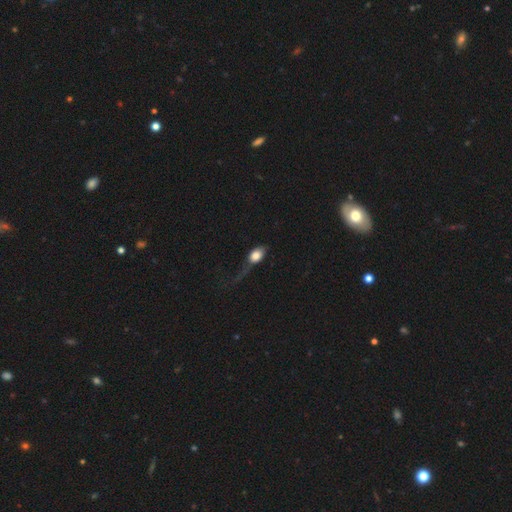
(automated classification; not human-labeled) A smooth galaxy with no disk features (74%) that is in between round and cigar-shaped (72%).

Vote fractions:
- Smooth or featured? smooth: 74% / featured or disk: 18% / star or artifact: 8%
- How rounded? in between: 72% / round: 23% / cigar-shaped: 5%
- Merging? major disturbance: 48% / none: 24% / minor disturbance: 23% / merger: 5%